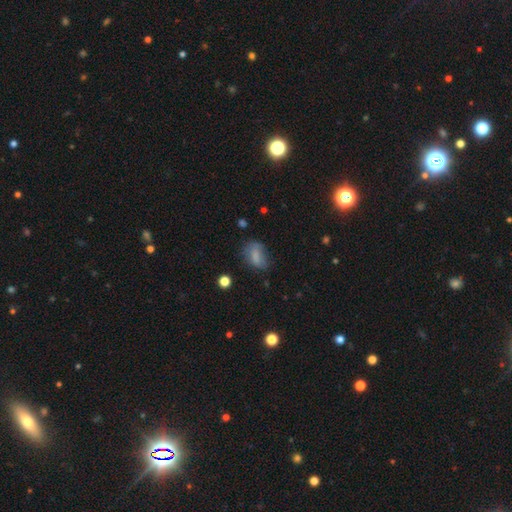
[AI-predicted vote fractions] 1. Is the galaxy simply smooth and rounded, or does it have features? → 74% smooth, 15% featured or disk, 10% star or artifact.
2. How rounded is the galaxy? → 82% in between, 14% round, 4% cigar-shaped.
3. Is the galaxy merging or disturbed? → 55% none, 29% minor disturbance, 13% major disturbance, 2% merger.